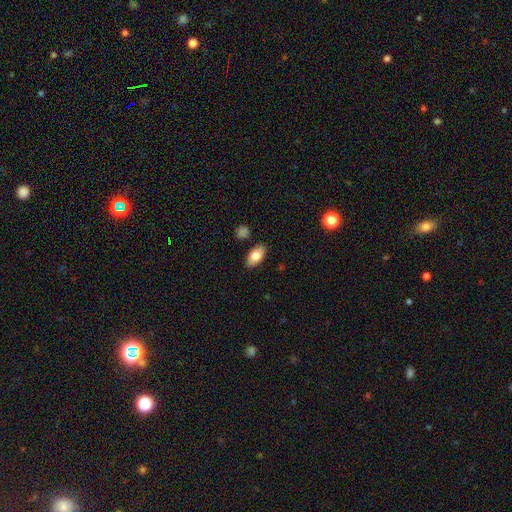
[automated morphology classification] Smooth or featured?
  - smooth: 79% *
  - featured or disk: 14%
  - star or artifact: 7%
How rounded?
  - in between: 91% *
  - round: 4%
  - cigar-shaped: 4%
Merging?
  - none: 86% *
  - minor disturbance: 10%
  - major disturbance: 2%
  - merger: 2%